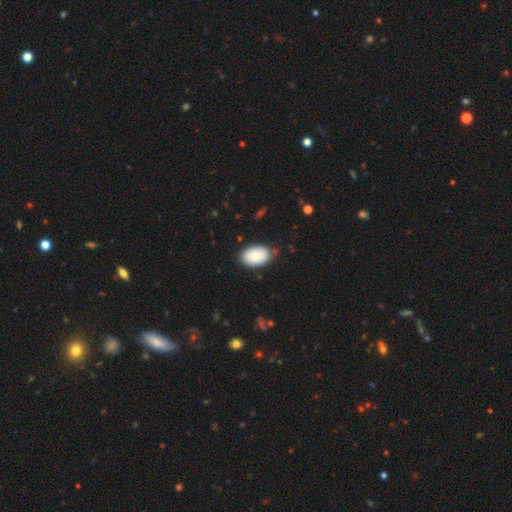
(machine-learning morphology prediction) A smooth galaxy with no disk features (87%) that is in between round and cigar-shaped (92%). Merging: none (83%).